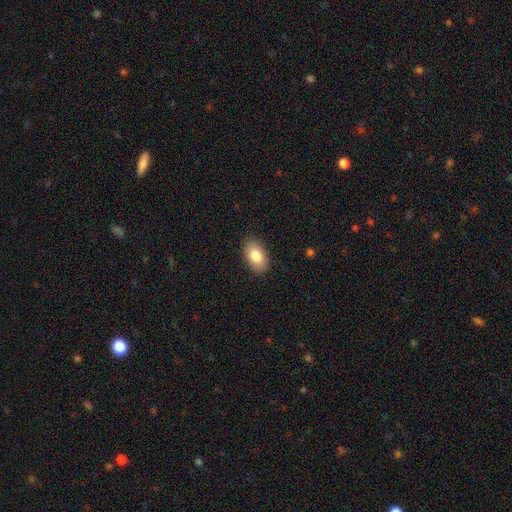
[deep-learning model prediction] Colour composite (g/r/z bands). It shows a smooth galaxy with no disk features (83%) that is in between round and cigar-shaped (93%). Merging: none (88%).